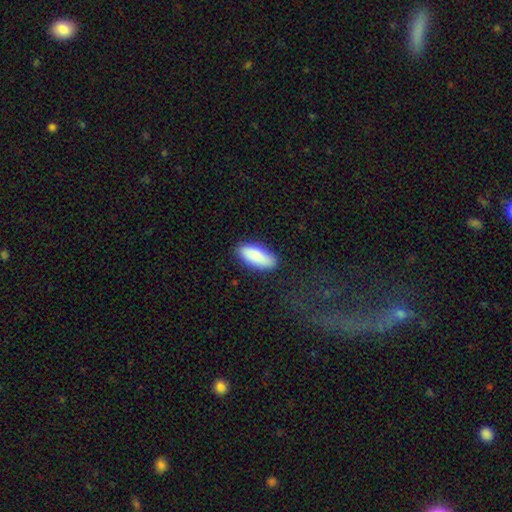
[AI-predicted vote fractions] Smooth or featured: smooth — 88% (featured or disk — 6%)
How rounded: in between — 81% (cigar-shaped — 17%)
Merging: none — 86% (minor disturbance — 11%)